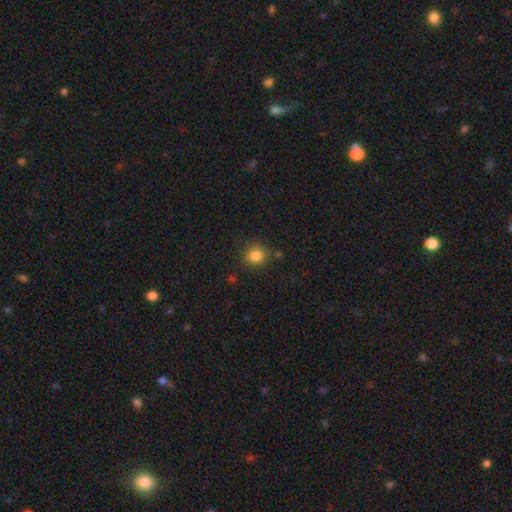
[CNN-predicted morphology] Q: Smooth or featured?
A: smooth (84%); runner-up: star or artifact (11%)
Q: How rounded?
A: round (85%); runner-up: in between (14%)
Q: Merging?
A: none (81%); runner-up: minor disturbance (12%)